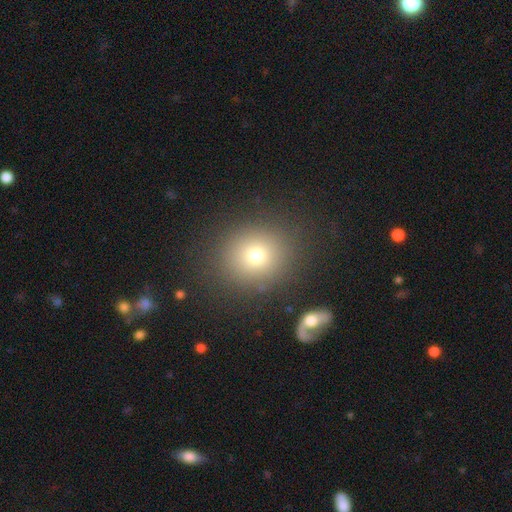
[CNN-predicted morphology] Q: Smooth or featured?
A: smooth (74%); runner-up: star or artifact (14%)
Q: How rounded?
A: round (79%); runner-up: in between (20%)
Q: Merging?
A: none (83%); runner-up: minor disturbance (9%)